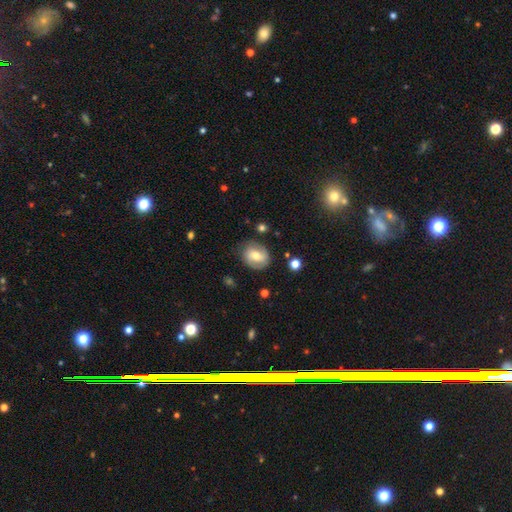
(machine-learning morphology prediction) smooth 49%, featured or disk 43%, star or artifact 8%. Down the decision tree: merging — none (73%).